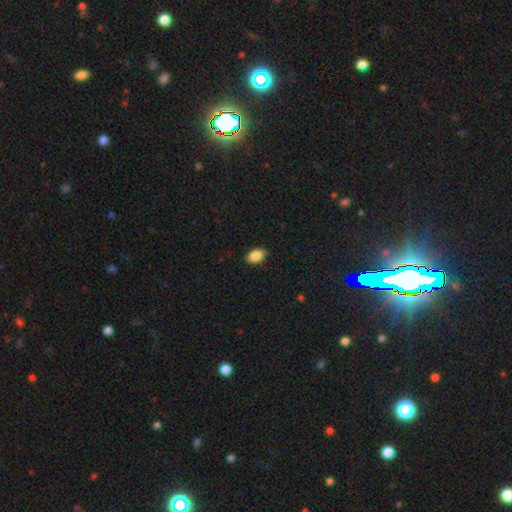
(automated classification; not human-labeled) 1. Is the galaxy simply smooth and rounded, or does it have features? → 88% smooth, 8% star or artifact, 5% featured or disk.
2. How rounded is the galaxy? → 88% in between, 11% round, 1% cigar-shaped.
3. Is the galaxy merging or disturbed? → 88% none, 9% minor disturbance, 2% major disturbance, 1% merger.